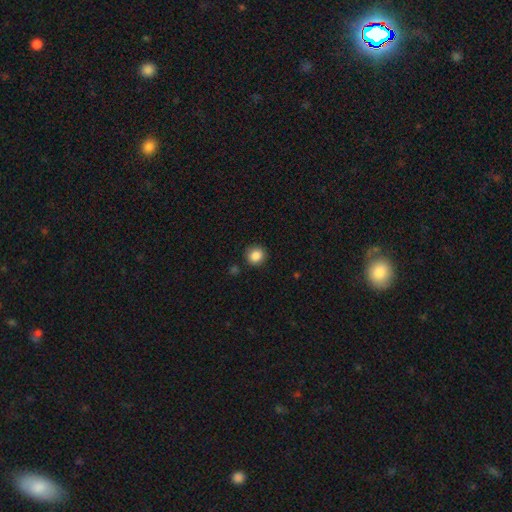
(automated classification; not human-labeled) smooth_or_featured: smooth (p=0.87) [alt: star or artifact p=0.10]
how_rounded: round (p=0.90) [alt: in between p=0.09]
merging: none (p=0.88) [alt: minor disturbance p=0.08]